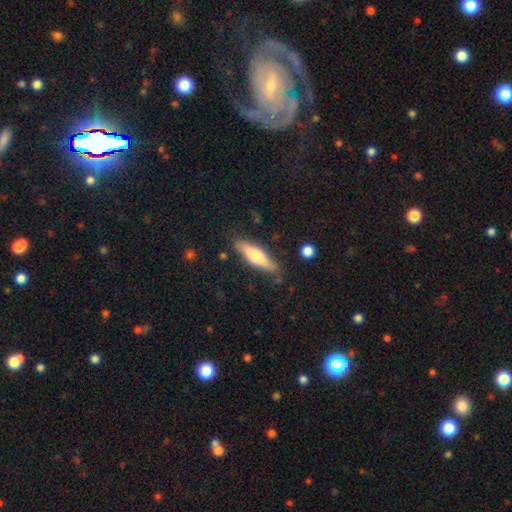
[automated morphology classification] smooth 58%, featured or disk 36%, star or artifact 6%. Down the decision tree: how rounded — cigar-shaped (66%); merging — none (79%).